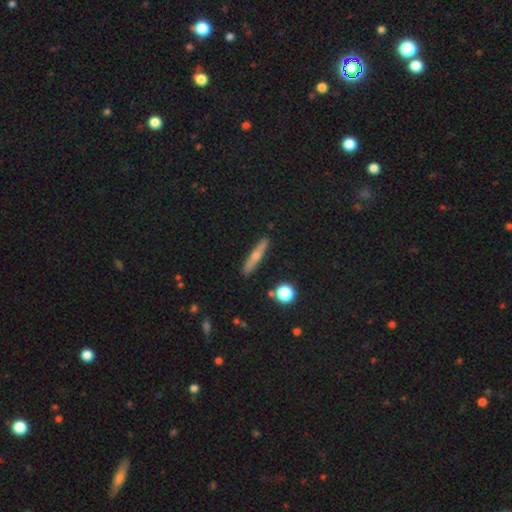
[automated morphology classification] Q: Smooth or featured?
A: featured or disk (54%); runner-up: smooth (38%)
Q: Edge-on disk?
A: yes (93%); runner-up: no (7%)
Q: Edge-on bulge?
A: rounded (86%); runner-up: none (12%)
Q: Merging?
A: none (89%); runner-up: minor disturbance (7%)